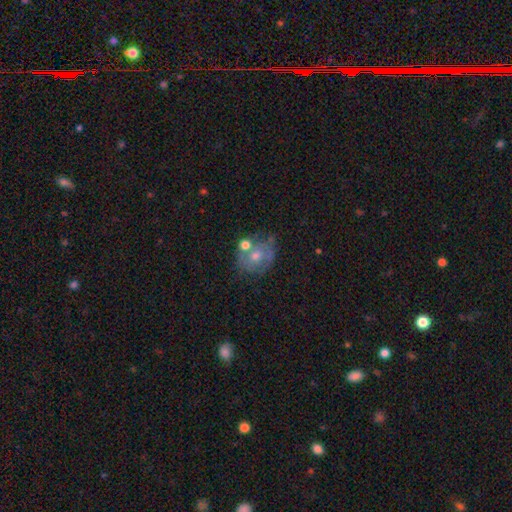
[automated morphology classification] featured or disk 51%, smooth 37%, star or artifact 12%. Down the decision tree: edge-on disk — no (96%); merging — none (52%).